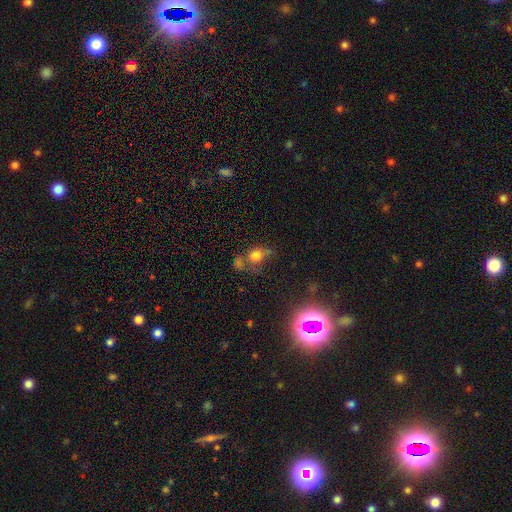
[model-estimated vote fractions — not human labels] Morphology: type=smooth (64%); roundness=round (52%); merging=none (31%, tied with merger).